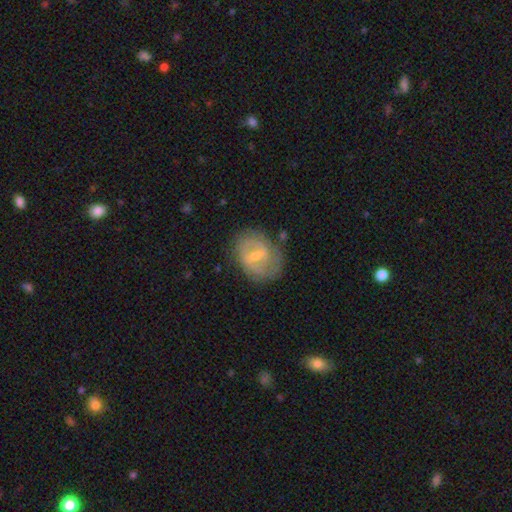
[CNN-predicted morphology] This appears to be a featured or disk galaxy (67%) with a weak bar (55%), spiral arms (70%) and a small central bulge (56%). Merging: none (66%).